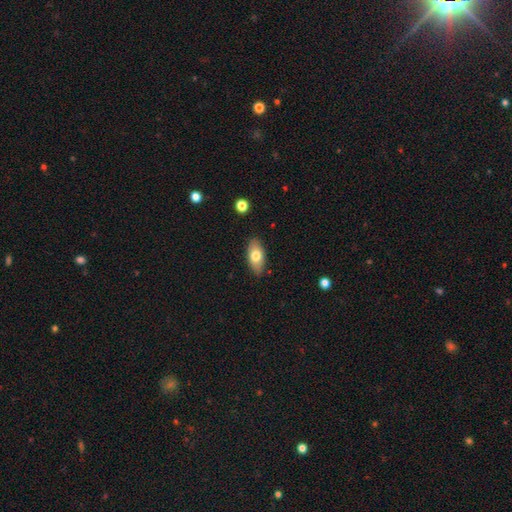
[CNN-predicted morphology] smooth-or-featured: smooth: 73% | featured or disk: 20% | star or artifact: 7%
  how-rounded: in between: 89% | cigar-shaped: 7% | round: 4%
  merging: none: 86% | minor disturbance: 11% | major disturbance: 2% | merger: 1%